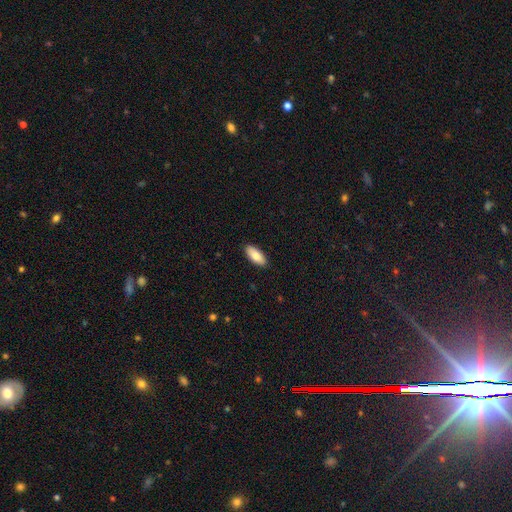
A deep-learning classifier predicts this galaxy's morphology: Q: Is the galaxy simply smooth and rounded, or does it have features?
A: smooth — 80%.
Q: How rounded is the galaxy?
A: in between — 86%.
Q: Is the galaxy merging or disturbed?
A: none — 90%.